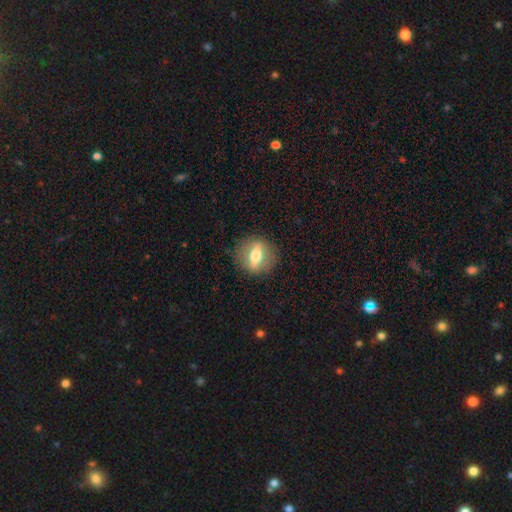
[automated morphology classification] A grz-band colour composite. It shows a featured or disk galaxy (53%). Merging: none (86%).